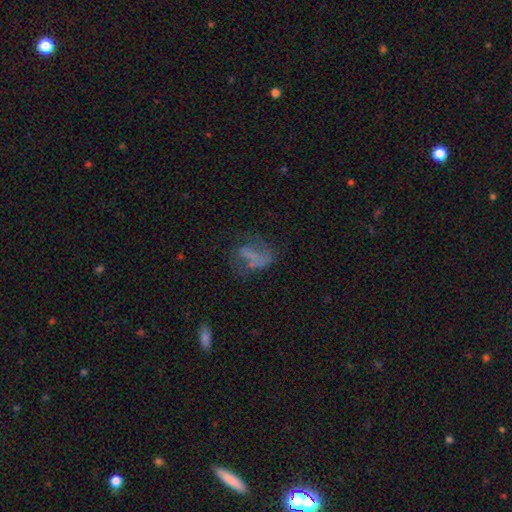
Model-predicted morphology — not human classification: This is marginally a featured or disk galaxy (45%). Merging: possibly none (51%).